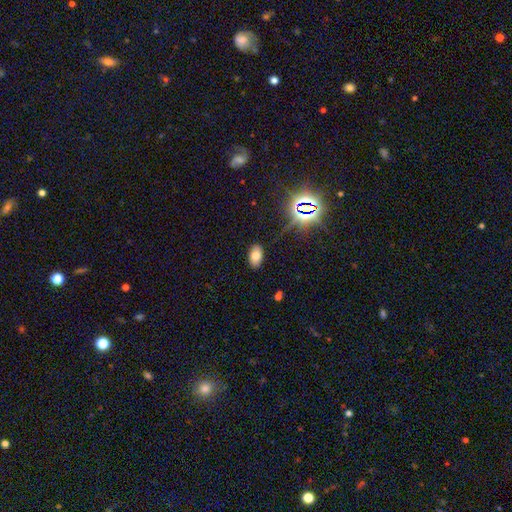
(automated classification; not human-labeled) Smooth or featured?
  - smooth: 72% *
  - star or artifact: 18%
  - featured or disk: 11%
How rounded?
  - in between: 93% *
  - round: 6%
  - cigar-shaped: 2%
Merging?
  - none: 87% *
  - minor disturbance: 9%
  - major disturbance: 3%
  - merger: 1%